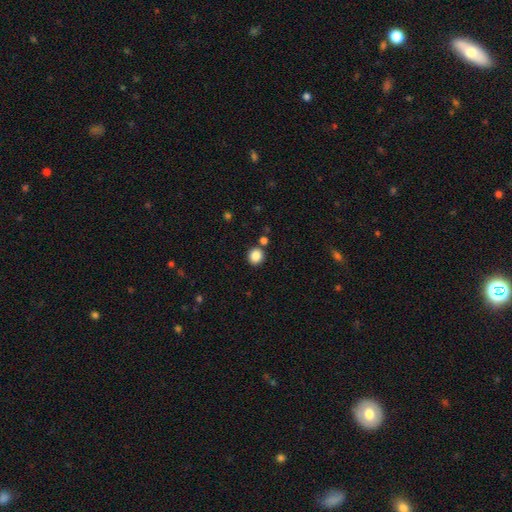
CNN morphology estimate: smooth 86%, star or artifact 10%, featured or disk 4%. Down the decision tree: how rounded — round (90%); merging — none (84%).